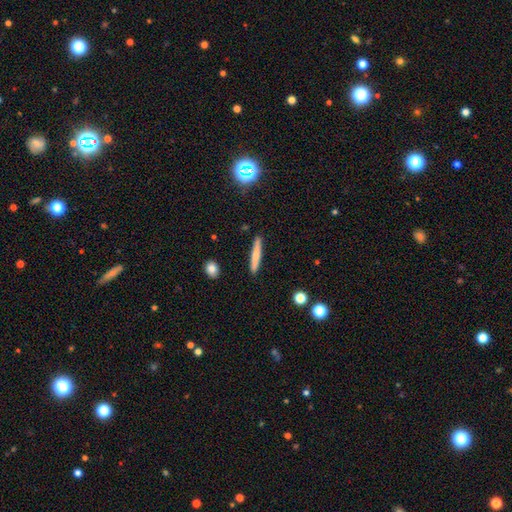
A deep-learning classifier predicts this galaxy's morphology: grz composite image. It shows a smooth galaxy with no disk features (68%) that is cigar-shaped (94%). Merging: none (90%).